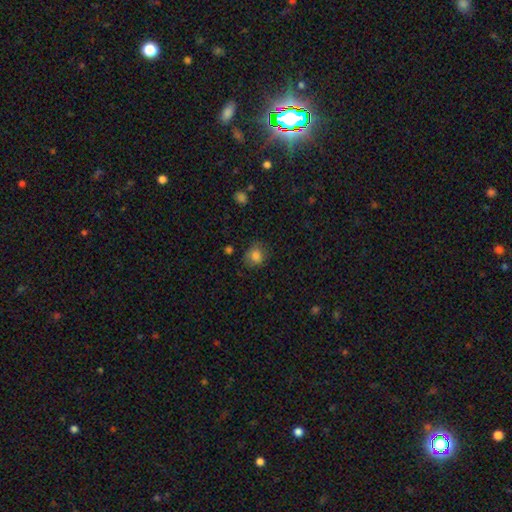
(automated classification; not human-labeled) Smooth or featured: smooth — 82% (star or artifact — 11%)
How rounded: round — 67% (in between — 32%)
Merging: none — 71% (minor disturbance — 21%)